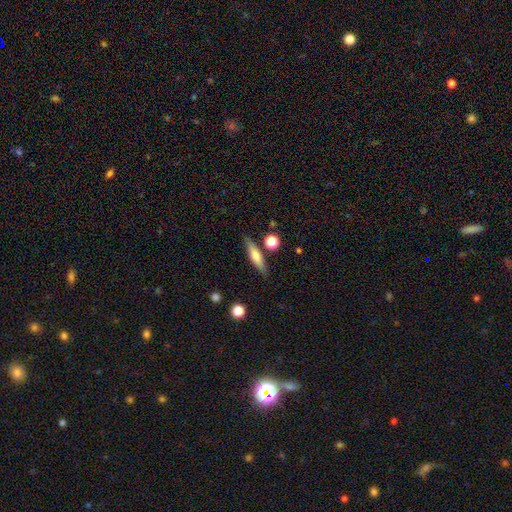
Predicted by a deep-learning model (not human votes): The model was most divided on "smooth or featured": smooth: 60%, featured or disk: 33%, star or artifact: 7%. More confident: merging — none (82%); how rounded — cigar-shaped (77%).